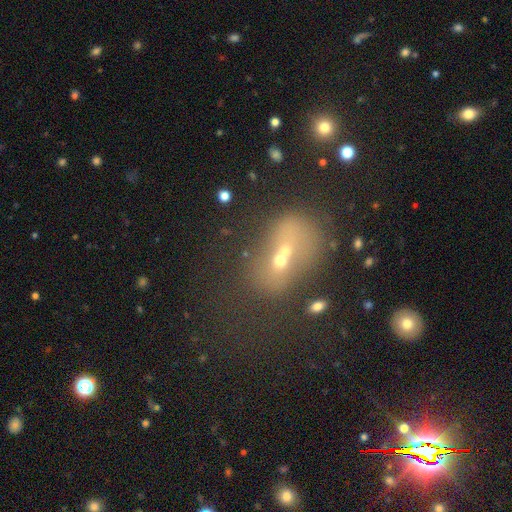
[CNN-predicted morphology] Overall: smooth (39%; featured or disk 33%). Merging: none (41%; major disturbance 23%).